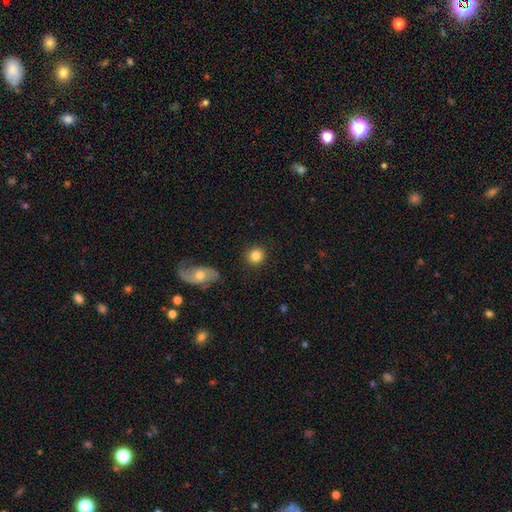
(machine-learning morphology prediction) smooth-or-featured: smooth: 84% | star or artifact: 9% | featured or disk: 7%
  how-rounded: round: 91% | in between: 8% | cigar-shaped: 1%
  merging: none: 89% | minor disturbance: 6% | major disturbance: 2% | merger: 2%